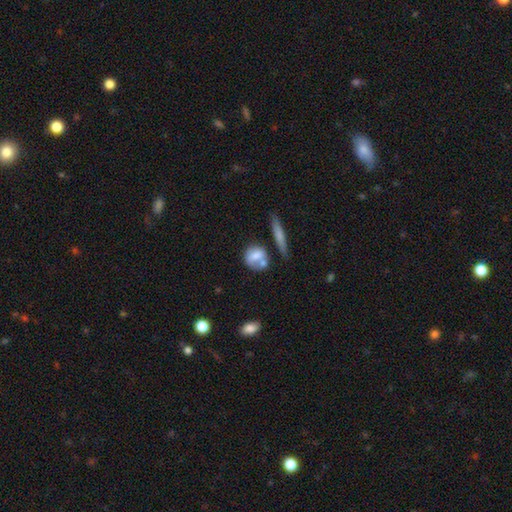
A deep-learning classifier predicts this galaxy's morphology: smooth 68%, featured or disk 23%, star or artifact 9%. Down the decision tree: how rounded — round (61%); merging — none (44%).